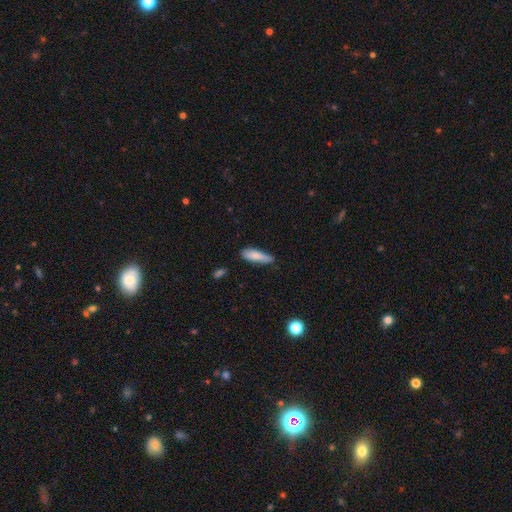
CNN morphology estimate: type=smooth (82%); roundness=cigar-shaped (60%); merging=none (63%).